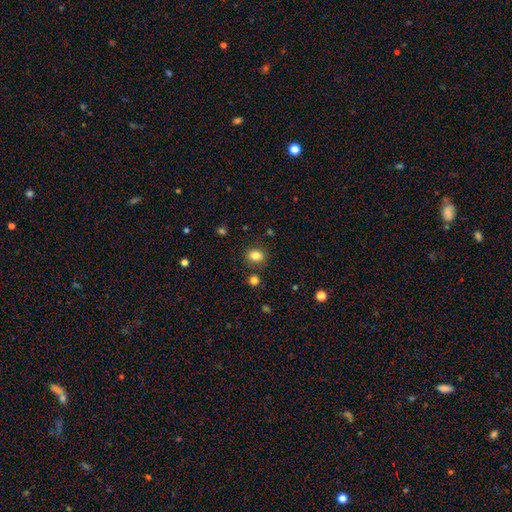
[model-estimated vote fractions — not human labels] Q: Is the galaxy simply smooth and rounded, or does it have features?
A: smooth — 82%.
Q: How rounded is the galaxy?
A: round — 59%.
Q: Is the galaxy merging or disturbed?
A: none — 84%.